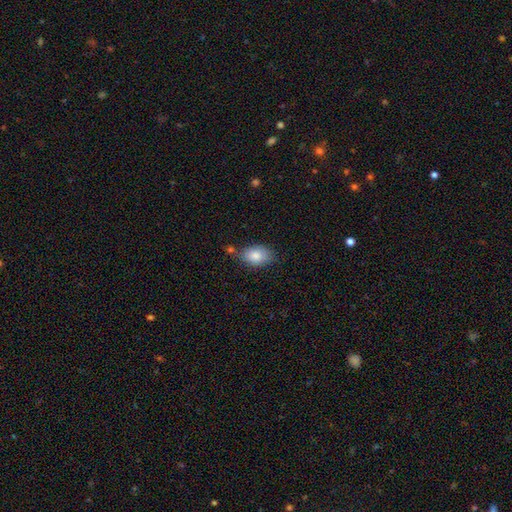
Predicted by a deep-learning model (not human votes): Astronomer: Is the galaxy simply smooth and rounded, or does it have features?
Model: smooth — 84%.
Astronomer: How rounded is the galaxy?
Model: in between — 85%.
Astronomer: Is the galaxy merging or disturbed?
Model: none — 65%.